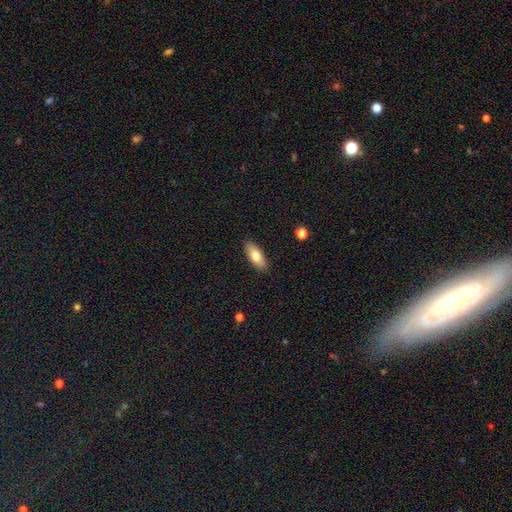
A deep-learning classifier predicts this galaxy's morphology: Smooth or featured: smooth — 75% (featured or disk — 19%)
How rounded: in between — 81% (cigar-shaped — 16%)
Merging: none — 89% (minor disturbance — 8%)